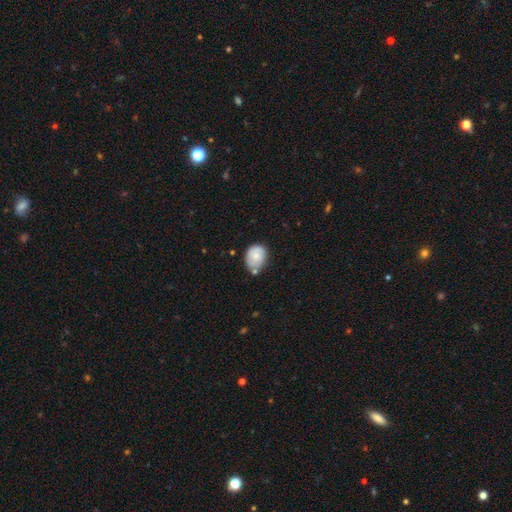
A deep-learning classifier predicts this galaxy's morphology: Smooth or featured? Predicted: smooth (p=0.76). How rounded? Predicted: in between (p=0.56). Merging? Predicted: none (p=0.57).